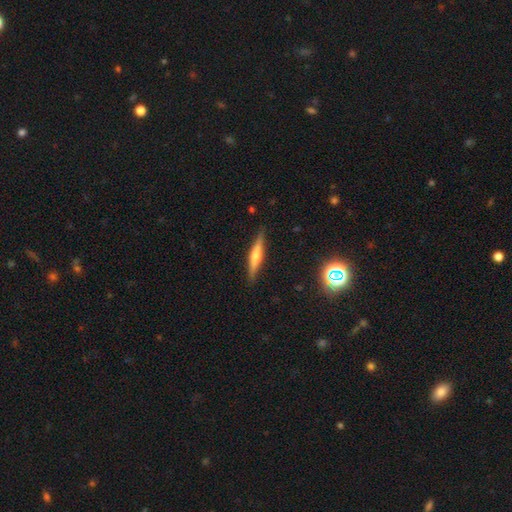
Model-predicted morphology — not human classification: Overall: featured or disk (52%; smooth 40%). Edge-on disk: yes (96%). Edge-on bulge: rounded (69%). Merging: none (89%).